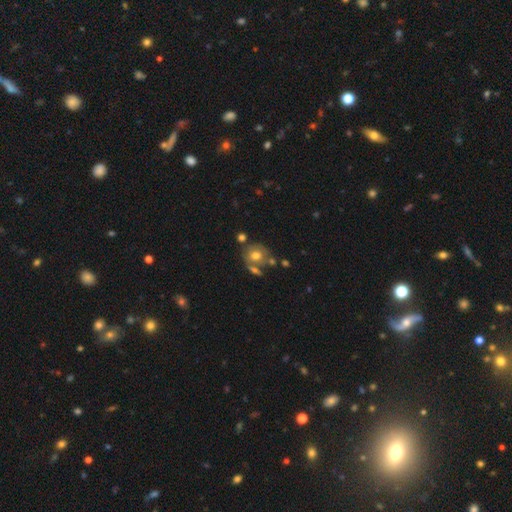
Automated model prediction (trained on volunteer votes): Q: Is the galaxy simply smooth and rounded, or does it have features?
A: smooth — 62%.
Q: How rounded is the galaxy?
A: round — 68%.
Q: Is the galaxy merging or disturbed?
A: none — 52%.